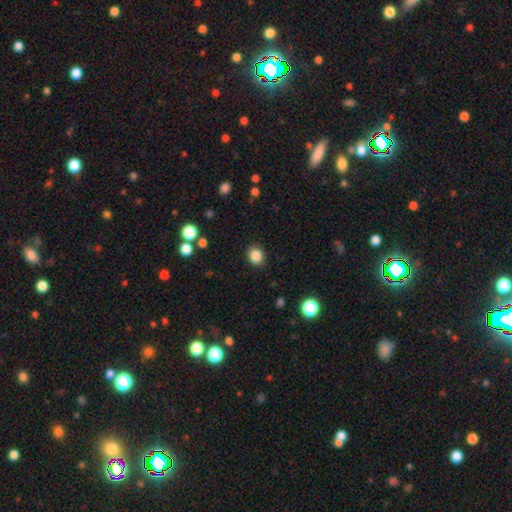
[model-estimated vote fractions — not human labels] This is clearly a smooth galaxy (86%). How rounded: likely round (60%). Merging: clearly none (90%).